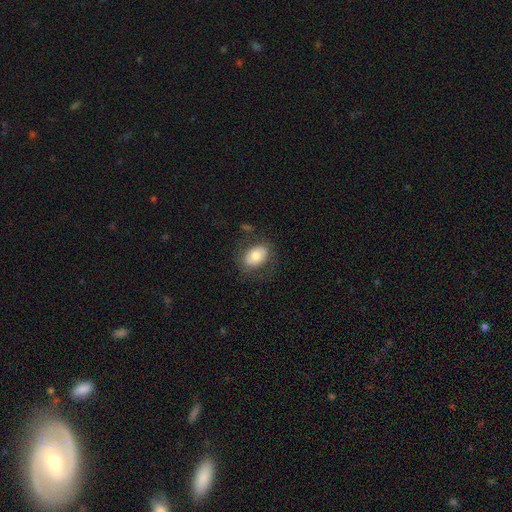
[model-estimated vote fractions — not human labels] Q: Smooth or featured?
A: smooth (73%); runner-up: featured or disk (20%)
Q: How rounded?
A: in between (80%); runner-up: round (18%)
Q: Merging?
A: none (73%); runner-up: minor disturbance (16%)